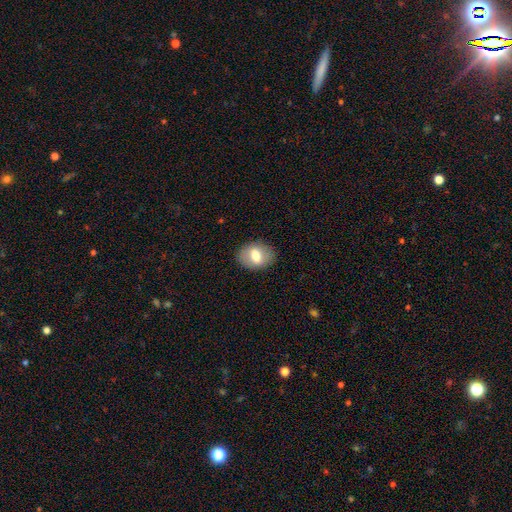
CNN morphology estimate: This is likely a smooth galaxy (66%). How rounded: likely in between (72%). Merging: clearly none (85%).